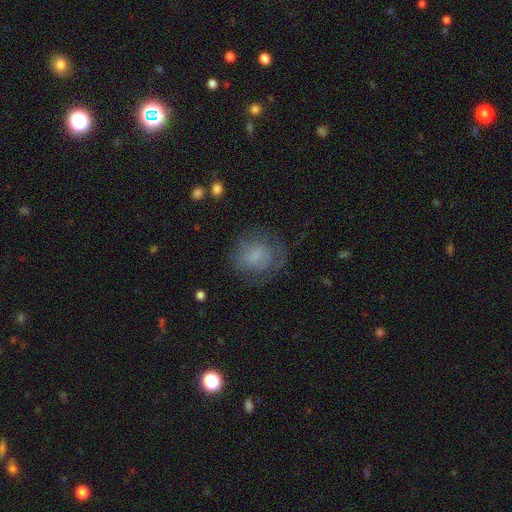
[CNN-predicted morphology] Overall: smooth (59%; featured or disk 30%). How rounded: round (68%; in between 30%). Merging: none (62%).